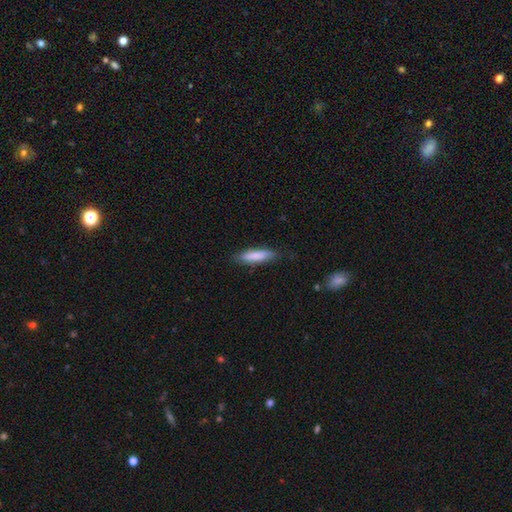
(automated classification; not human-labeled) Overall: smooth (83%). How rounded: cigar-shaped (67%; in between 32%). Merging: none (80%).